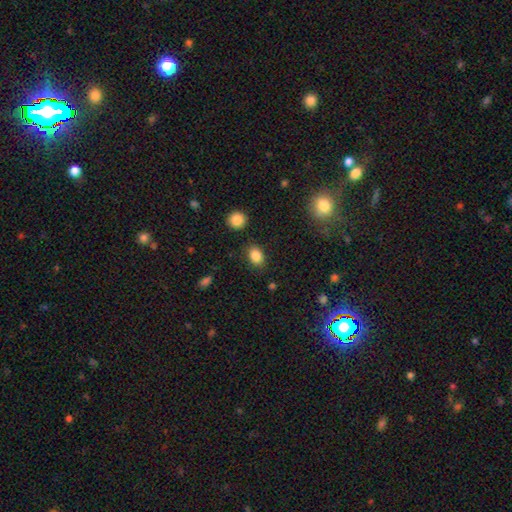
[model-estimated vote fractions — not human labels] A smooth galaxy with no disk features (86%) that is in between round and cigar-shaped (74%). Merging: none (84%).